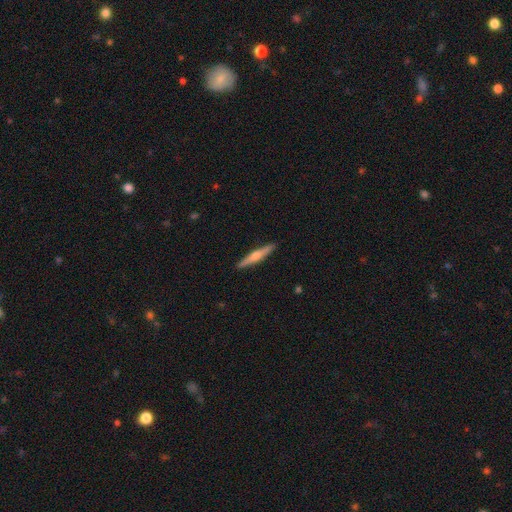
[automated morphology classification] featured or disk 61%, smooth 33%, star or artifact 6%. Down the decision tree: edge-on disk — yes (97%); edge-on bulge — rounded (87%); merging — none (92%).